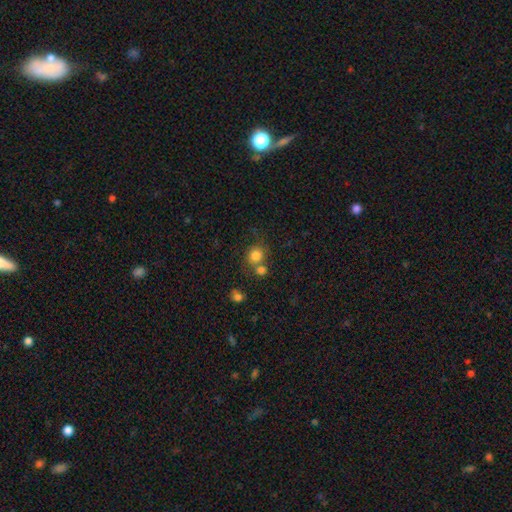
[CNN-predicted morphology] Q: Smooth or featured?
A: smooth (81%); runner-up: star or artifact (12%)
Q: How rounded?
A: round (83%); runner-up: in between (16%)
Q: Merging?
A: none (53%); runner-up: merger (31%)